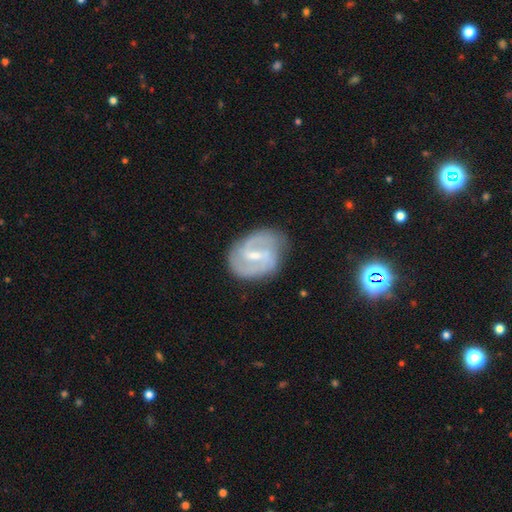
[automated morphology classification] type=featured or disk (84%); edge-on=no (97%); bar=weak (55%); spiral arms=yes (93%); winding=medium (49%); arm count=2 (79%); bulge=small (58%); merging=none (72%).